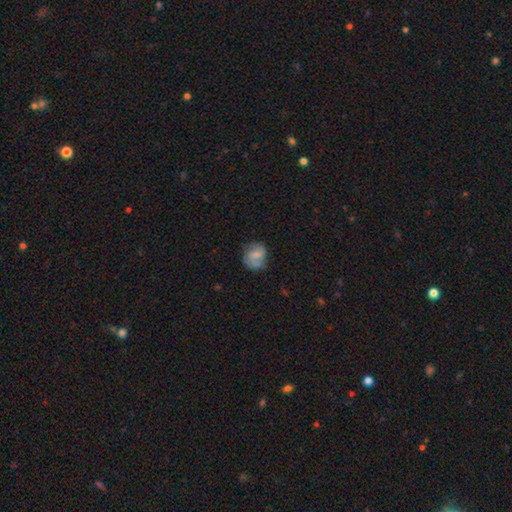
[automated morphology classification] The model was most divided on "smooth or featured": smooth: 49%, featured or disk: 43%, star or artifact: 8%. More confident: merging — none (61%).